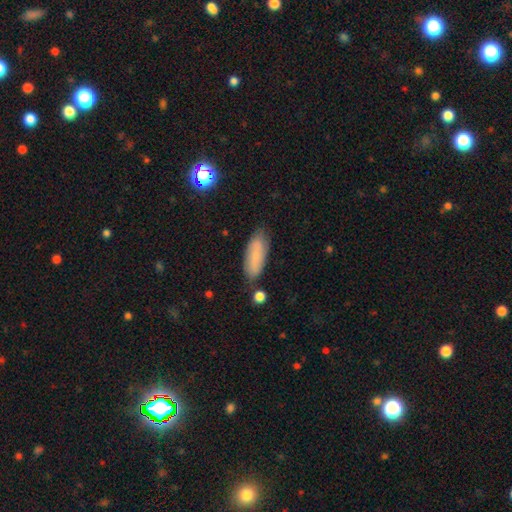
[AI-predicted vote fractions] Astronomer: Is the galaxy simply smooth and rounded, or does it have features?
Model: smooth — 76%.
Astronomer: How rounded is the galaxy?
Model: in between — 67%.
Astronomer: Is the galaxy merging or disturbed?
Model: none — 79%.